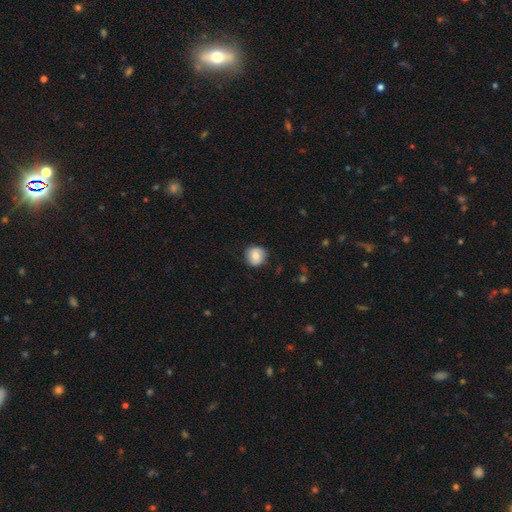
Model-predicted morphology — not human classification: Smooth or featured?
  - smooth: 77% *
  - featured or disk: 16%
  - star or artifact: 8%
How rounded?
  - round: 89% *
  - in between: 10%
  - cigar-shaped: 1%
Merging?
  - none: 82% *
  - minor disturbance: 14%
  - major disturbance: 3%
  - merger: 1%